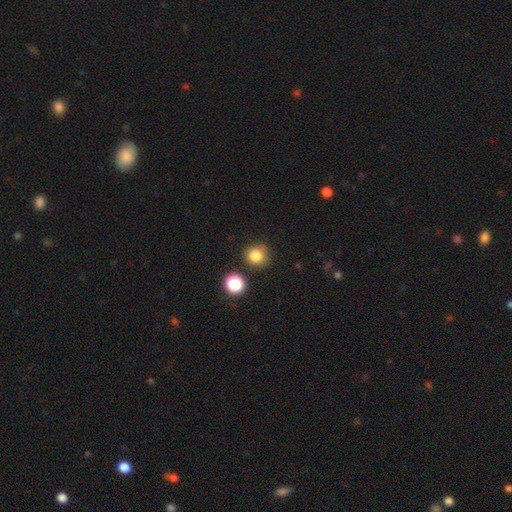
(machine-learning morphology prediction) Q: Smooth or featured?
A: smooth (82%); runner-up: star or artifact (13%)
Q: How rounded?
A: round (90%); runner-up: in between (9%)
Q: Merging?
A: none (79%); runner-up: minor disturbance (12%)